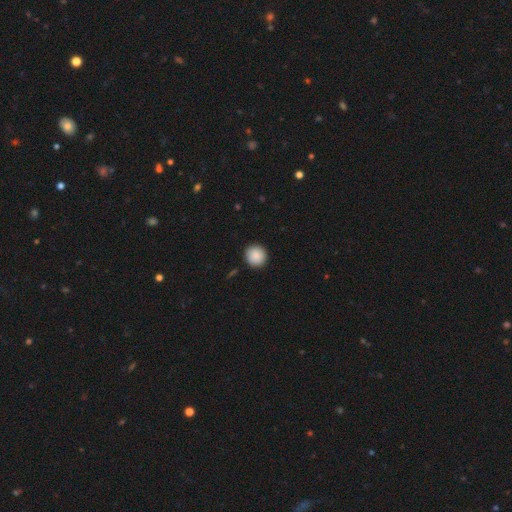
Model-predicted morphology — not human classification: Overall: smooth (89%). How rounded: round (95%). Merging: none (92%).